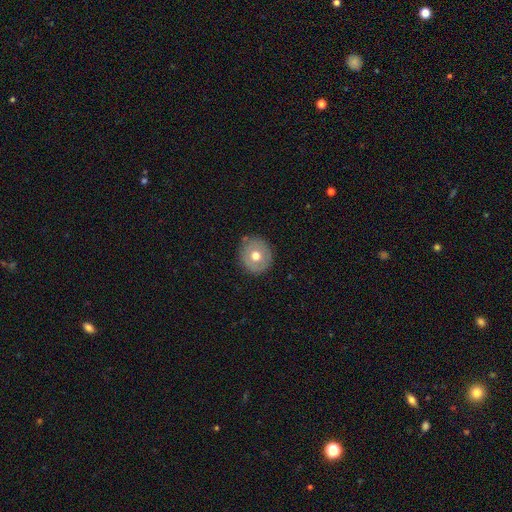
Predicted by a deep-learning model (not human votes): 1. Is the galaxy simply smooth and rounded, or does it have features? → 59% smooth, 33% featured or disk, 8% star or artifact.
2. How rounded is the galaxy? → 85% round, 14% in between, 1% cigar-shaped.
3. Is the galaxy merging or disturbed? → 85% none, 10% minor disturbance, 3% major disturbance, 2% merger.